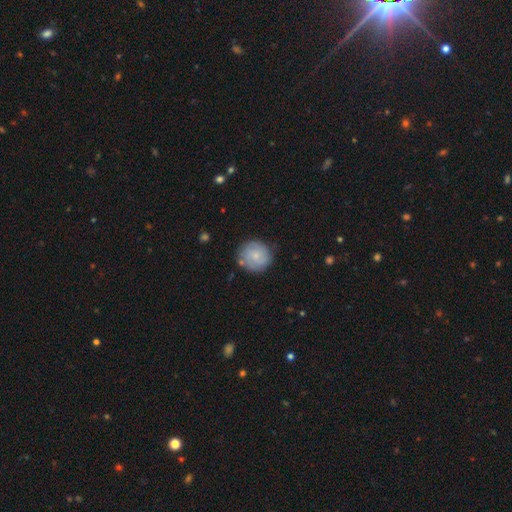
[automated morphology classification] This is likely a smooth galaxy (71%). How rounded: clearly round (92%). Merging: likely none (78%).